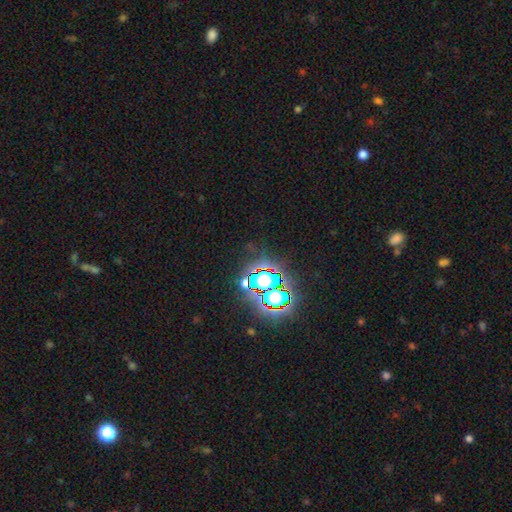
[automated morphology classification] The model was most divided on "smooth or featured": star or artifact: 82%, smooth: 11%, featured or disk: 8%.